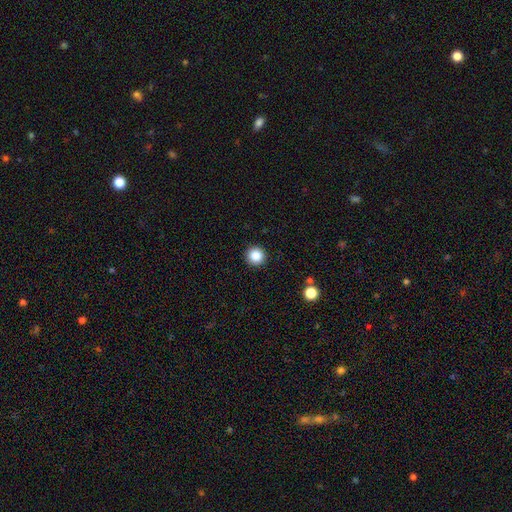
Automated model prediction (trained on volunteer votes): Smooth or featured? smooth (86%)
How rounded? round (95%)
Merging? none (92%)